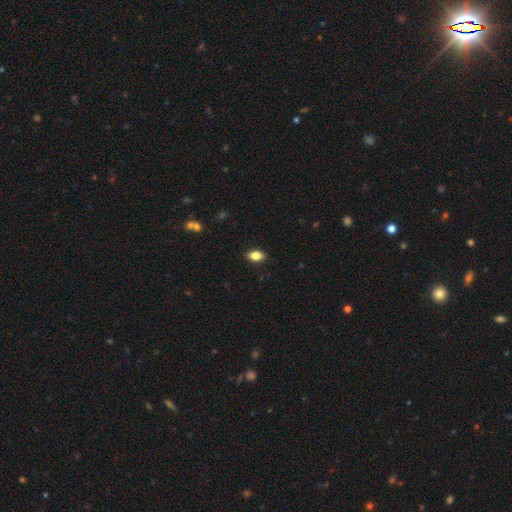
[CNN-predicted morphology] smooth_or_featured: smooth (p=0.81) [alt: featured or disk p=0.10]
how_rounded: in between (p=0.88) [alt: round p=0.09]
merging: none (p=0.88) [alt: minor disturbance p=0.09]